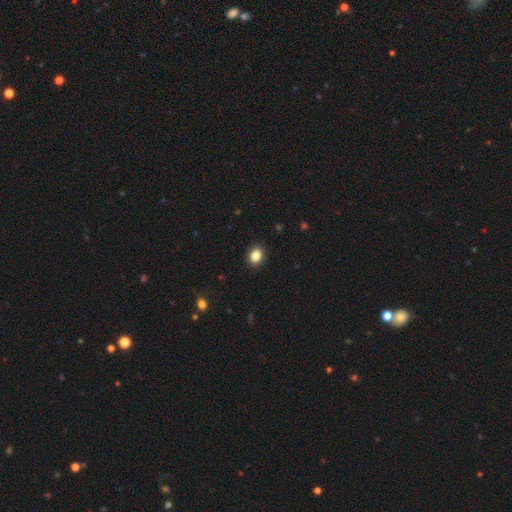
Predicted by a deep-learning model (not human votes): Smooth or featured: smooth — 86% (star or artifact — 9%)
How rounded: in between — 57% (round — 42%)
Merging: none — 90% (minor disturbance — 7%)